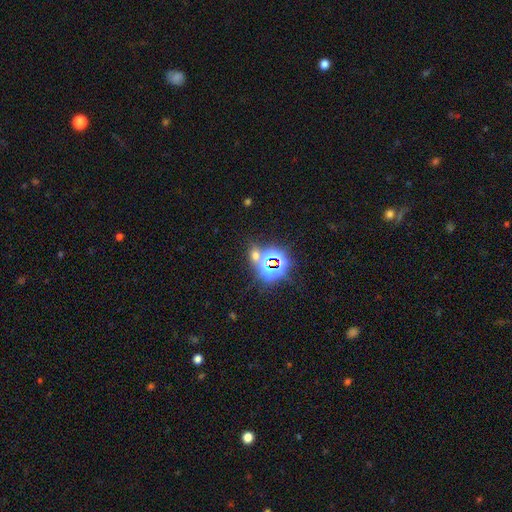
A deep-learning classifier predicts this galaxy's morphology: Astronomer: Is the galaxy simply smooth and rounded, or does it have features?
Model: star or artifact — 60%.